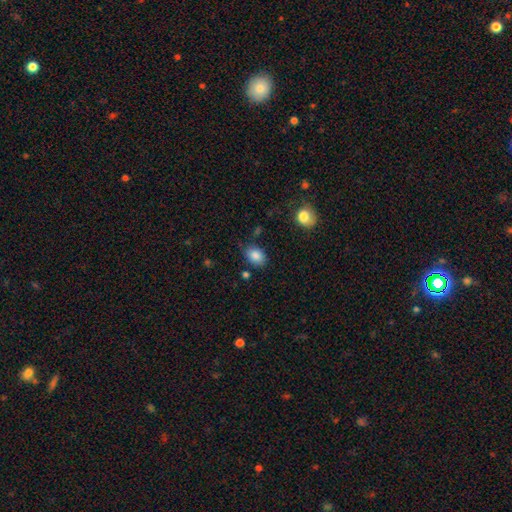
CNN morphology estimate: smooth-or-featured: smooth: 86% | star or artifact: 9% | featured or disk: 5%
  how-rounded: in between: 78% | round: 21% | cigar-shaped: 1%
  merging: none: 78% | minor disturbance: 15% | major disturbance: 4% | merger: 3%